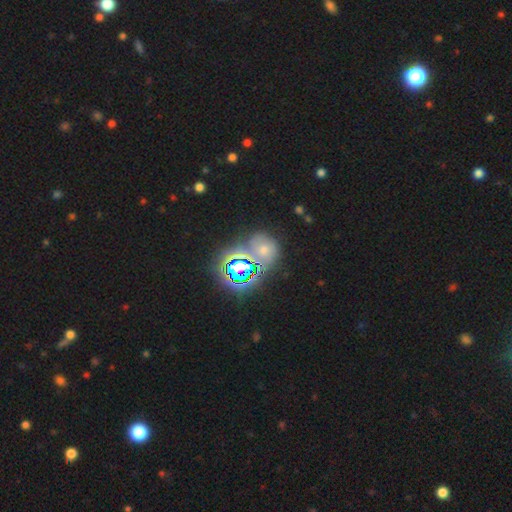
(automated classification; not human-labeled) smooth-or-featured: star or artifact: 75% | smooth: 16% | featured or disk: 9%